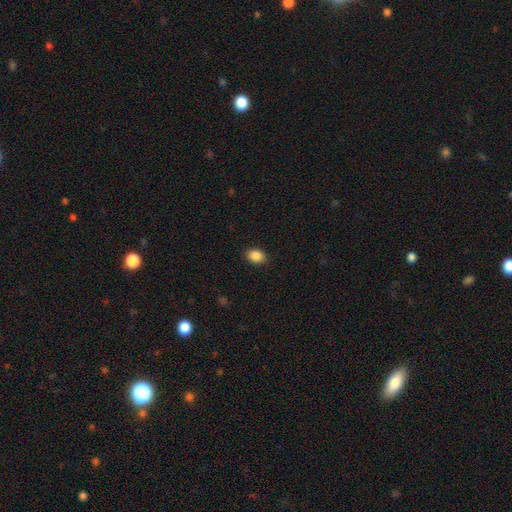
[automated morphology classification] Smooth or featured? Predicted: smooth (p=0.88). How rounded? Predicted: in between (p=0.67). Merging? Predicted: none (p=0.88).